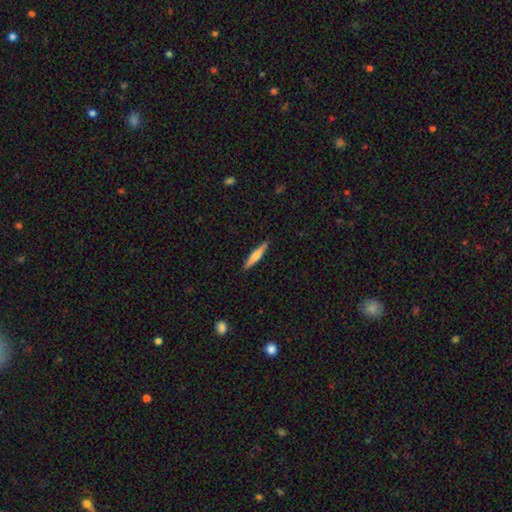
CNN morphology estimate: A smooth galaxy with no disk features (53%) that is cigar-shaped (91%).

Vote fractions:
- Smooth or featured? smooth: 53% / featured or disk: 41% / star or artifact: 6%
- How rounded? cigar-shaped: 91% / in between: 8% / round: 2%
- Merging? none: 90% / minor disturbance: 8% / major disturbance: 2% / merger: 1%